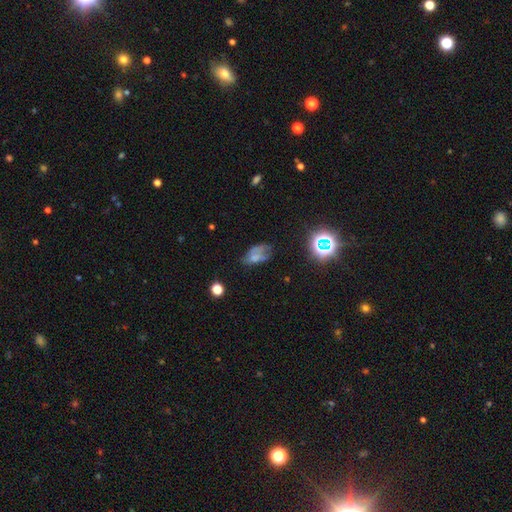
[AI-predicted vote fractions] This is possibly a smooth galaxy (46%). Merging: marginally none (35%).